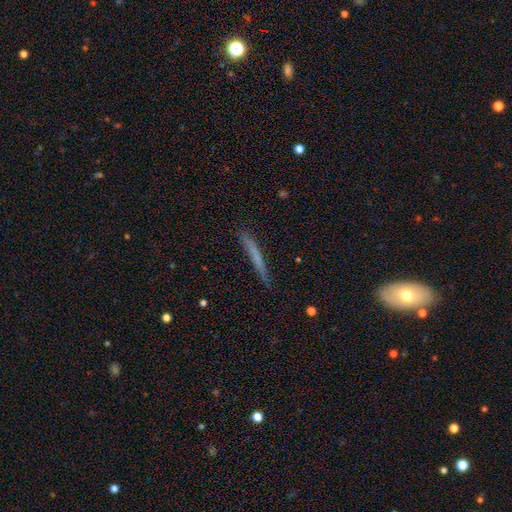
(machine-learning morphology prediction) This is likely a smooth galaxy (61%). How rounded: clearly cigar-shaped (97%). Merging: clearly none (84%).